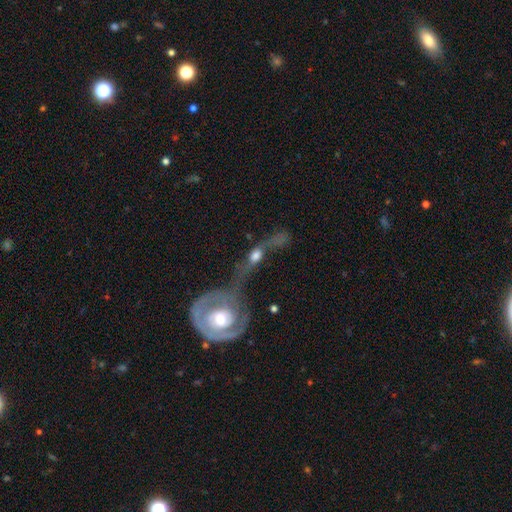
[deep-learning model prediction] Smooth or featured?
  - featured or disk: 53% *
  - smooth: 35%
  - star or artifact: 11%
Edge-on disk?
  - no: 70% *
  - yes: 30%
Merging?
  - merger: 60% *
  - major disturbance: 17%
  - none: 15%
  - minor disturbance: 9%